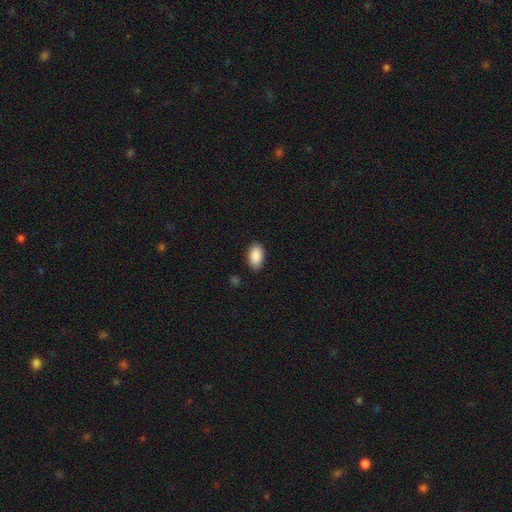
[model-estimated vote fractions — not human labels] smooth-or-featured: smooth: 90% | star or artifact: 7% | featured or disk: 4%
  how-rounded: in between: 94% | round: 5% | cigar-shaped: 2%
  merging: none: 86% | minor disturbance: 11% | major disturbance: 2% | merger: 1%